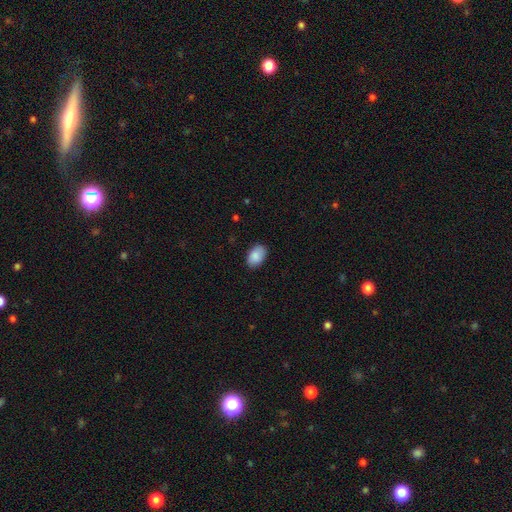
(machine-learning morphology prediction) Smooth or featured? Predicted: smooth (p=0.89). How rounded? Predicted: in between (p=0.90). Merging? Predicted: none (p=0.86).